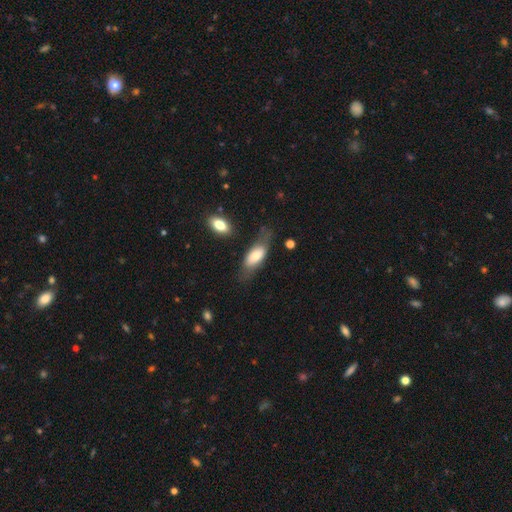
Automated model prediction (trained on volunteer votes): A smooth galaxy with no disk features (64%) that is in between round and cigar-shaped (77%). Merging: none (57%).